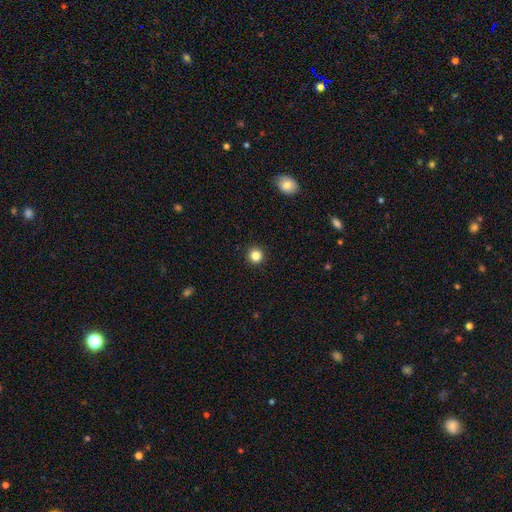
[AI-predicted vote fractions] This appears to be a smooth galaxy with no disk features (84%) that is round (96%). Merging: none (93%).